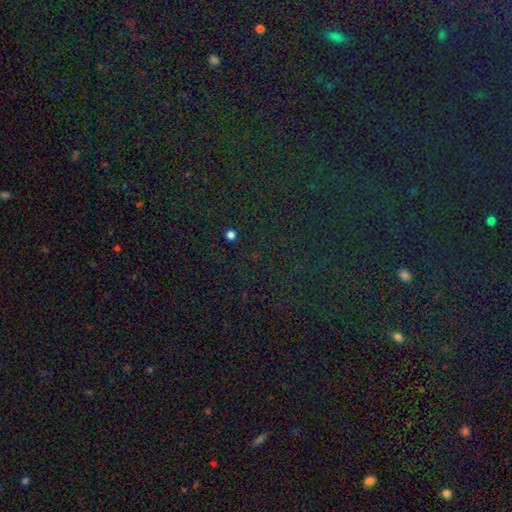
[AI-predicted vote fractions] This appears to be a star or artifact, not a galaxy (82%).